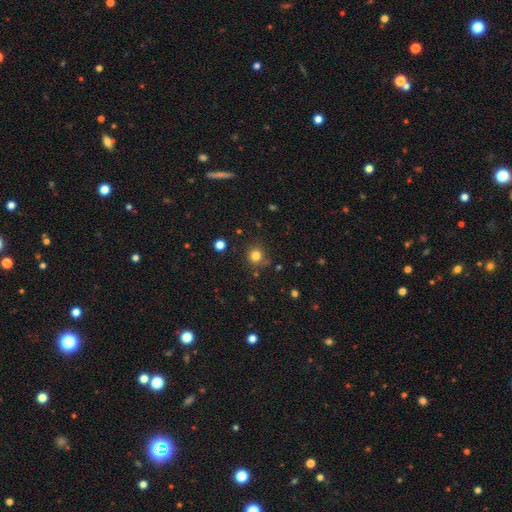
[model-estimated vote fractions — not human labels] Overall: smooth (79%). How rounded: round (89%). Merging: none (80%).